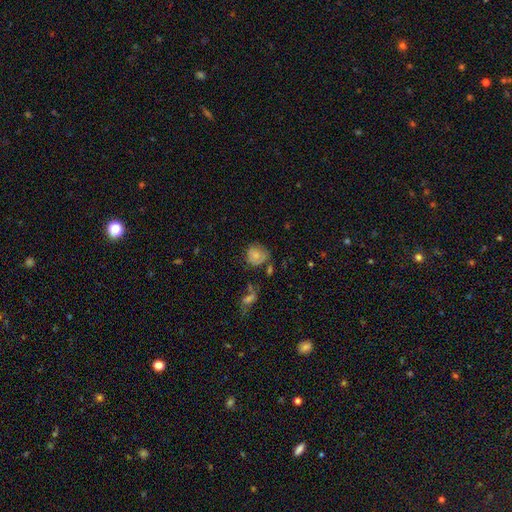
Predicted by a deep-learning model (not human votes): A smooth galaxy with no disk features (69%) that is round (74%). Merging: none (53%).